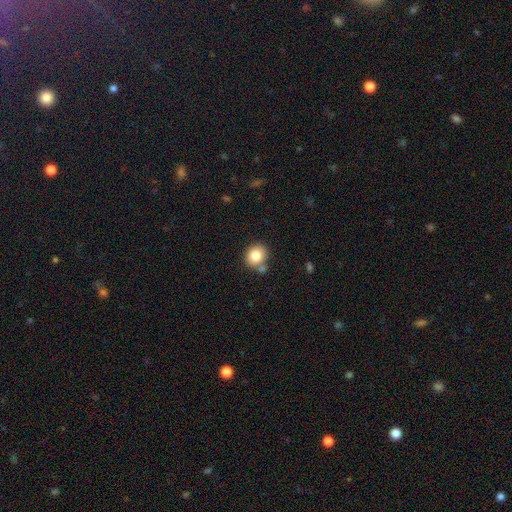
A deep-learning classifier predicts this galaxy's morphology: The model was most divided on "merging": none: 69%, merger: 15%, minor disturbance: 13%, major disturbance: 3%. More confident: smooth or featured — smooth (82%); how rounded — round (77%).